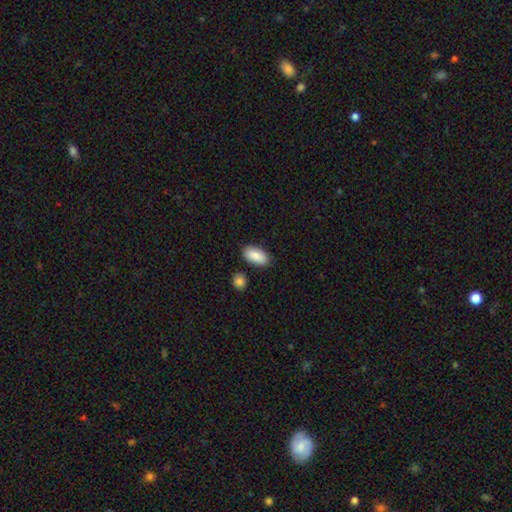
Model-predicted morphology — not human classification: This is clearly a smooth galaxy (89%). How rounded: clearly in between (93%). Merging: clearly none (82%).